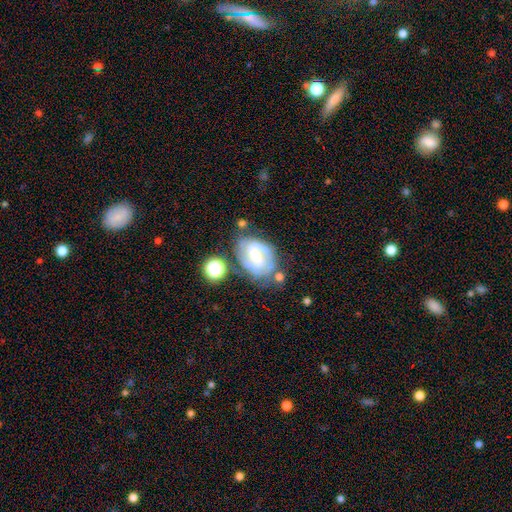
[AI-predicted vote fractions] Morphology: type=featured or disk (81%); edge-on=no (97%); bar=weak (51%); spiral arms=yes (93%); winding=medium (43%, tied with tight); arm count=2 (65%); bulge=small (49%); merging=none (59%).